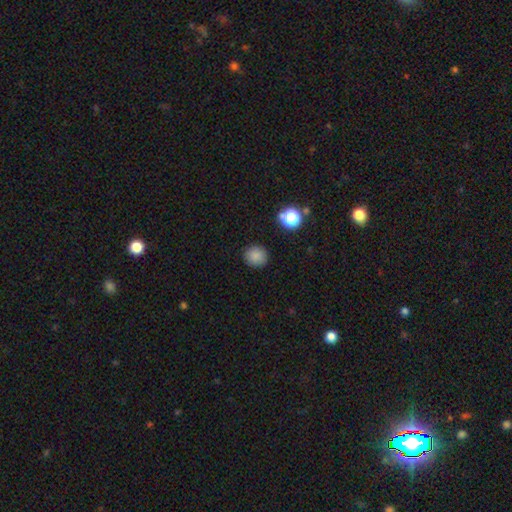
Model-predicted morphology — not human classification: A smooth galaxy with no disk features (83%) that is round (87%). Merging: none (89%).